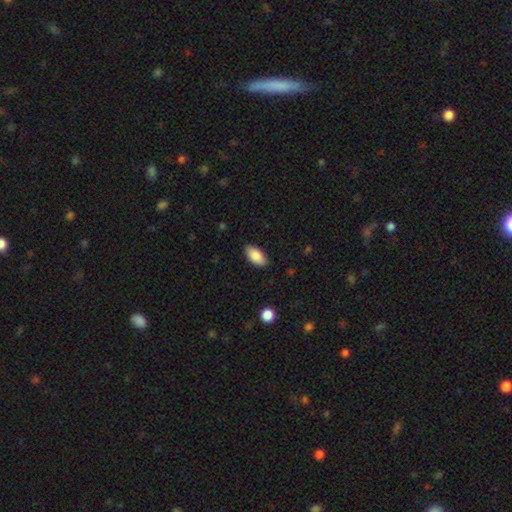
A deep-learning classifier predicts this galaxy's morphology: The model was most divided on "merging": none: 86%, minor disturbance: 10%, major disturbance: 2%, merger: 1%. More confident: how rounded — in between (94%); smooth or featured — smooth (87%).